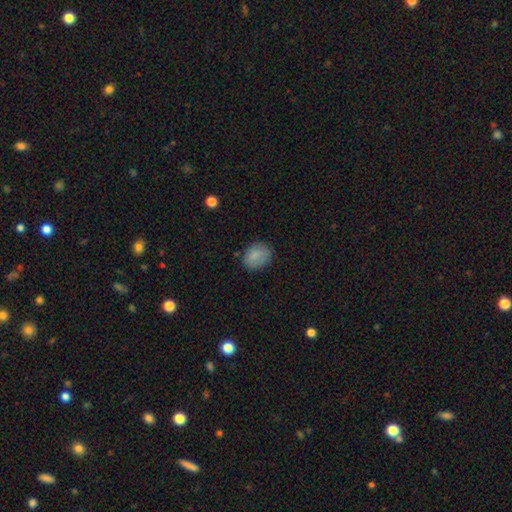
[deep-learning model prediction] smooth-or-featured: smooth: 84% | star or artifact: 9% | featured or disk: 8%
  how-rounded: in between: 56% | round: 43% | cigar-shaped: 1%
  merging: none: 74% | minor disturbance: 19% | major disturbance: 5% | merger: 1%